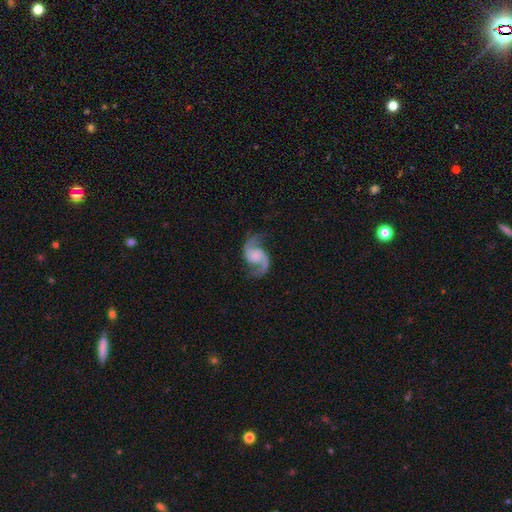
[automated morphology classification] This is clearly a featured or disk galaxy (92%). It is clearly not viewed edge-on (98%). Bar: possibly no (56%). Spiral arm pattern: clearly yes (98%). Spiral arm count: clearly 2 (94%). Spiral winding: possibly loose (47%). Central bulge: marginally none (43%). Merging: likely none (78%).